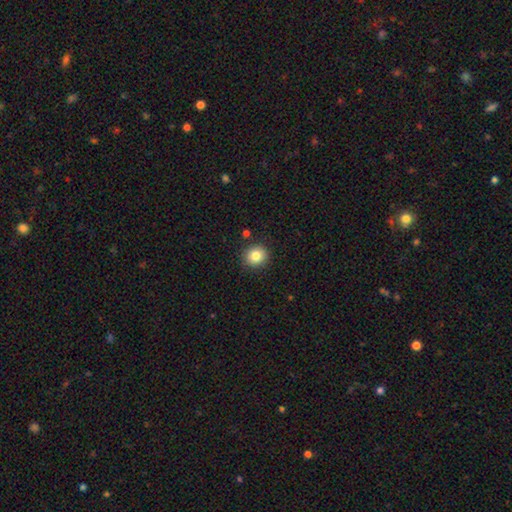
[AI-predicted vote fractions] This appears to be a smooth galaxy with no disk features (83%) that is round (87%). Merging: none (89%).